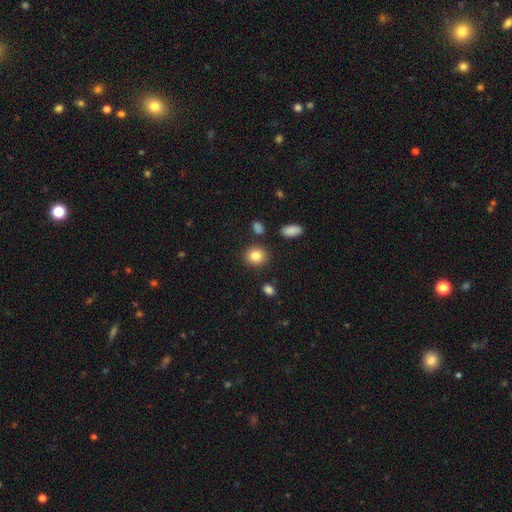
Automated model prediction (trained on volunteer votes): Smooth or featured? smooth (84%)
How rounded? round (77%)
Merging? none (86%)